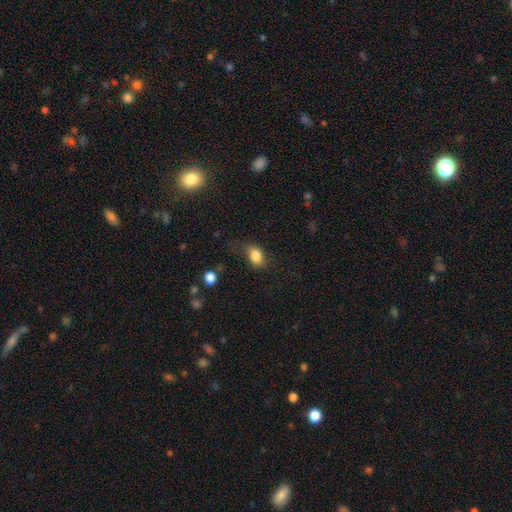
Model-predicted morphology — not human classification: smooth_or_featured: smooth (p=0.83) [alt: star or artifact p=0.09]
how_rounded: in between (p=0.77) [alt: round p=0.21]
merging: none (p=0.67) [alt: minor disturbance p=0.22]